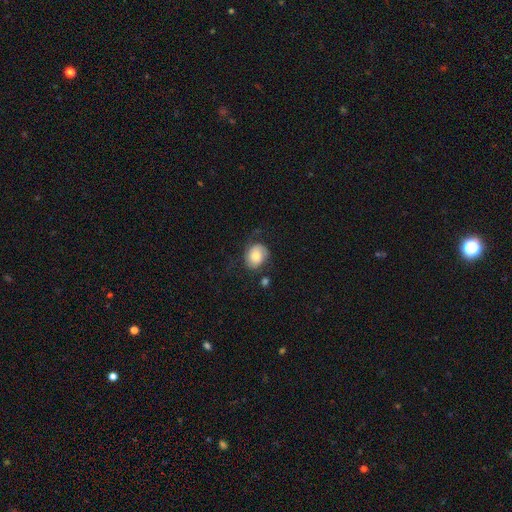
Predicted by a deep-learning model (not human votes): Smooth or featured? smooth (64%)
How rounded? round (57%)
Merging? none (57%)